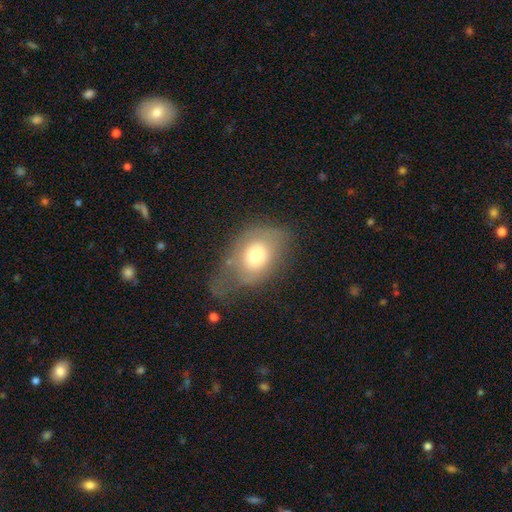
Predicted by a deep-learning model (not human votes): Overall: smooth (62%; featured or disk 29%). How rounded: in between (69%). Merging: none (38%; minor disturbance 30%).